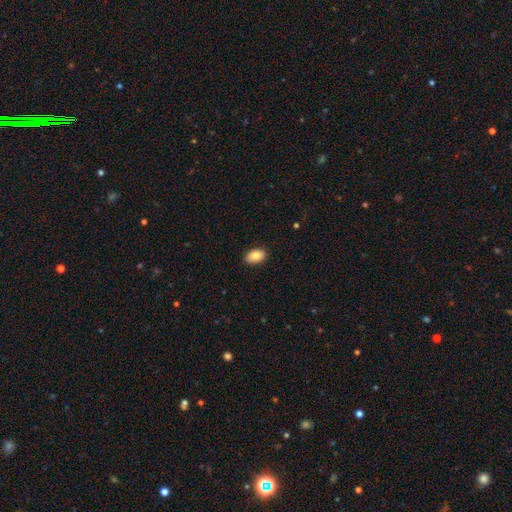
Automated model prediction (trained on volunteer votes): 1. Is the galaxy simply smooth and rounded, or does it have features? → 86% smooth, 7% star or artifact, 7% featured or disk.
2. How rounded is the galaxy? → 90% in between, 8% round, 1% cigar-shaped.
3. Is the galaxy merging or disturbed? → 88% none, 9% minor disturbance, 2% major disturbance, 1% merger.